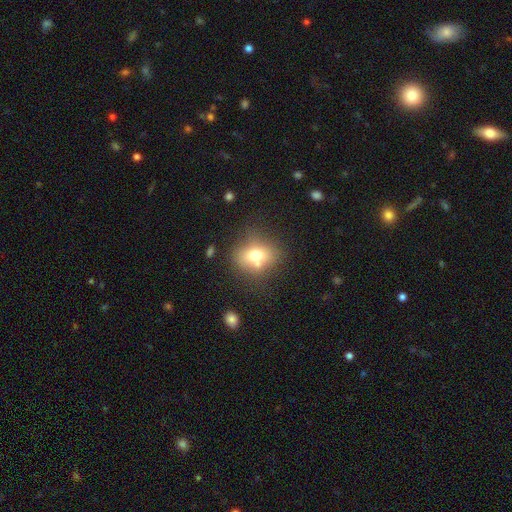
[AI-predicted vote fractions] Morphology: type=smooth (65%); roundness=round (59%); merging=none (55%).